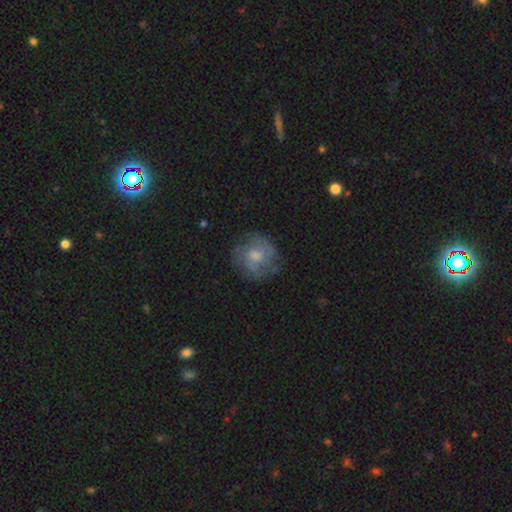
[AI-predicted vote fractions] Smooth or featured? featured or disk (48%)
Merging? none (73%)